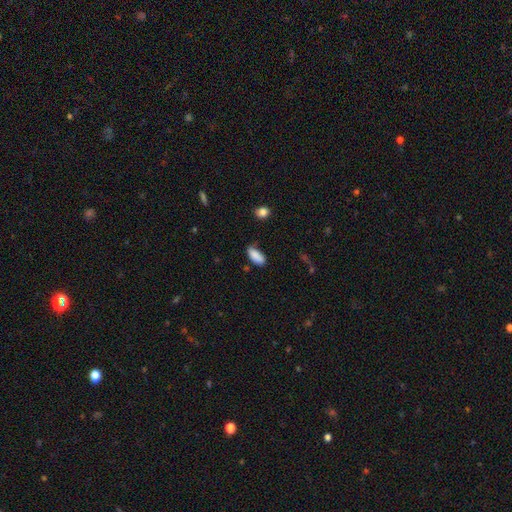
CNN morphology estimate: smooth_or_featured: smooth (p=0.87) [alt: star or artifact p=0.08]
how_rounded: in between (p=0.86) [alt: cigar-shaped p=0.12]
merging: none (p=0.67) [alt: minor disturbance p=0.26]